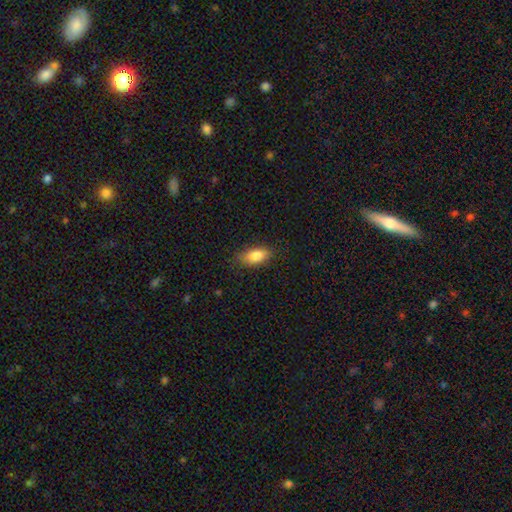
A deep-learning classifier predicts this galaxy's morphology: smooth_or_featured: smooth (p=0.85) [alt: featured or disk p=0.08]
how_rounded: in between (p=0.85) [alt: cigar-shaped p=0.11]
merging: none (p=0.81) [alt: minor disturbance p=0.15]